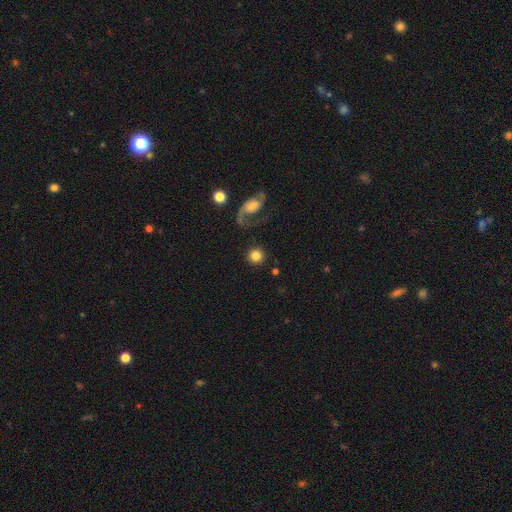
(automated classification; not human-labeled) This appears to be a smooth galaxy with no disk features (79%) that is round (94%). Merging: none (86%).